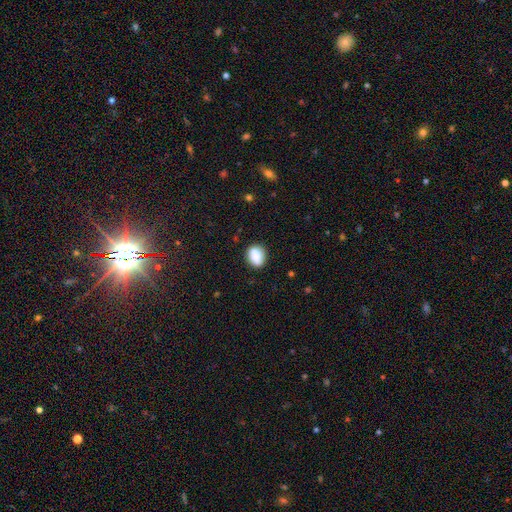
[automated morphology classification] Smooth or featured? smooth (85%)
How rounded? in between (57%)
Merging? none (79%)